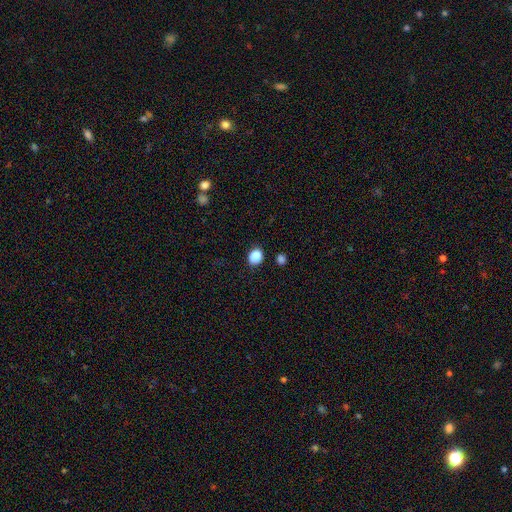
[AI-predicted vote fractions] This is clearly a smooth galaxy (86%). How rounded: likely round (62%). Merging: clearly none (85%).